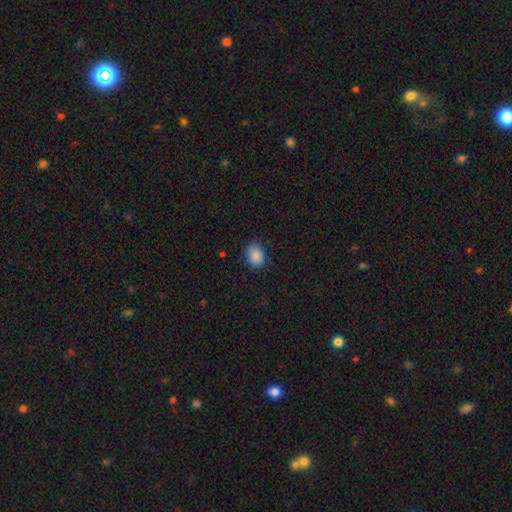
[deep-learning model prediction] This appears to be a smooth galaxy with no disk features (88%) that is in between round and cigar-shaped (53%). Merging: none (80%).